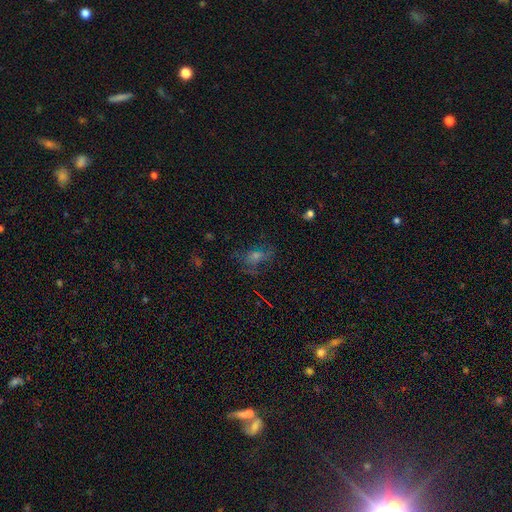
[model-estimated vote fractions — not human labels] Q: Smooth or featured?
A: star or artifact (35%); runner-up: featured or disk (33%)